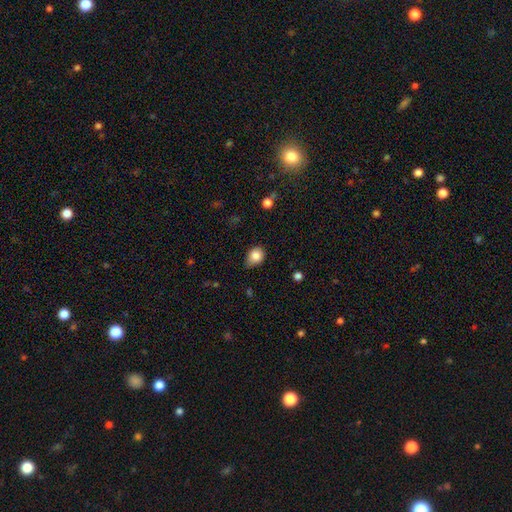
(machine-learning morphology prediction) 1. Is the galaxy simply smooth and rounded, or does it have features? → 84% smooth, 9% star or artifact, 7% featured or disk.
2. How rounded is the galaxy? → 51% round, 48% in between, 1% cigar-shaped.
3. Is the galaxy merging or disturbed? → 57% none, 35% minor disturbance, 6% major disturbance, 2% merger.